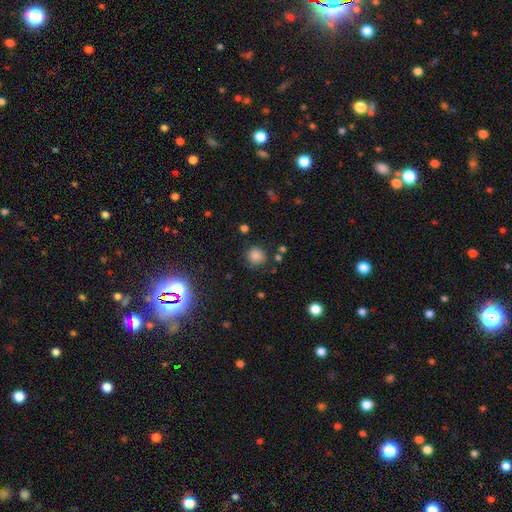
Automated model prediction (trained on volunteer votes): Smooth or featured: smooth — 80% (star or artifact — 15%)
How rounded: round — 89% (in between — 10%)
Merging: none — 82% (minor disturbance — 11%)